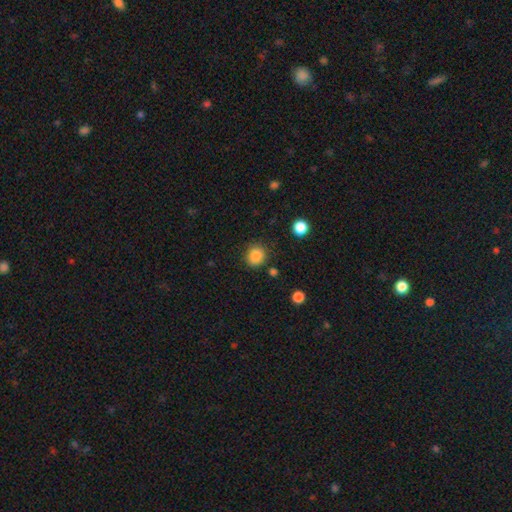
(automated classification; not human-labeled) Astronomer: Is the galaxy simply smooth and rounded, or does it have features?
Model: smooth — 86%.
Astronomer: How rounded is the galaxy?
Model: round — 82%.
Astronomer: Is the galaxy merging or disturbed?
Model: none — 84%.